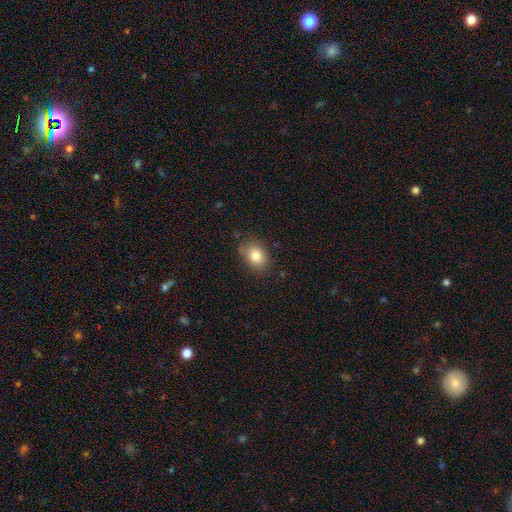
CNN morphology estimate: The model was most divided on "how rounded": in between: 67%, round: 31%, cigar-shaped: 1%. More confident: smooth or featured — smooth (82%); merging — none (77%).